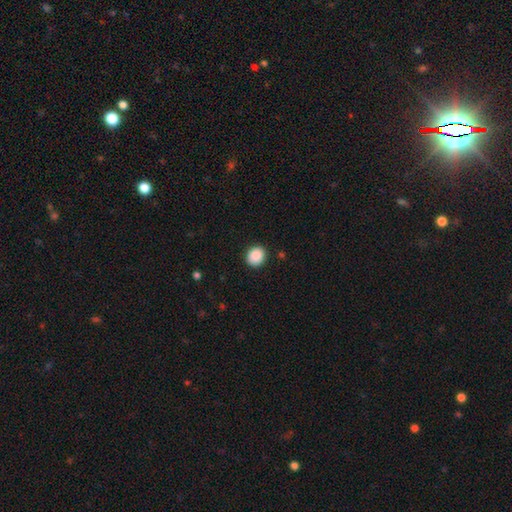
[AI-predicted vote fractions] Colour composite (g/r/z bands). It shows a smooth galaxy with no disk features (89%) that is round (77%). Merging: none (90%).